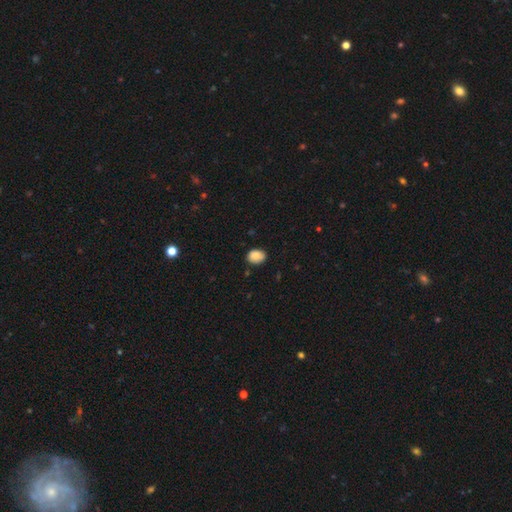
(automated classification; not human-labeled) Smooth or featured? Predicted: smooth (p=0.86). How rounded? Predicted: in between (p=0.57). Merging? Predicted: none (p=0.82).